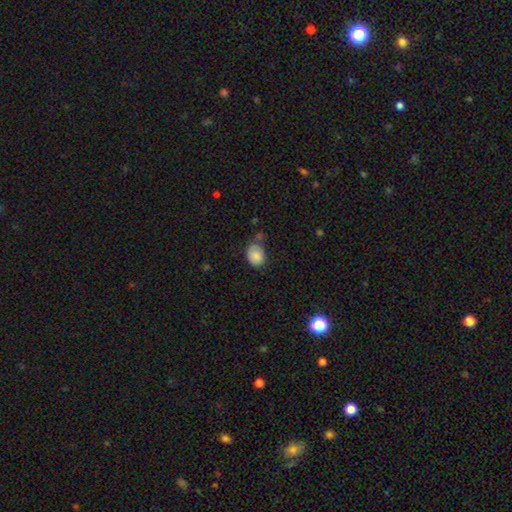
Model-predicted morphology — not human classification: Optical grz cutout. It shows a smooth galaxy with no disk features (84%) that is in between round and cigar-shaped (56%). Merging: none (55%).